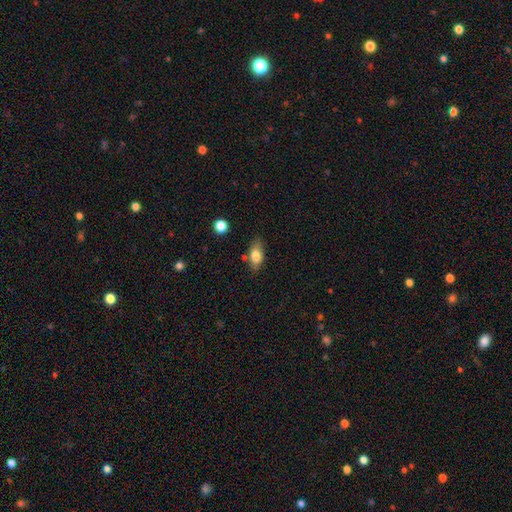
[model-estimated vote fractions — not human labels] The model was most divided on "merging": none: 75%, minor disturbance: 17%, merger: 4%, major disturbance: 4%. More confident: how rounded — in between (87%); smooth or featured — smooth (80%).